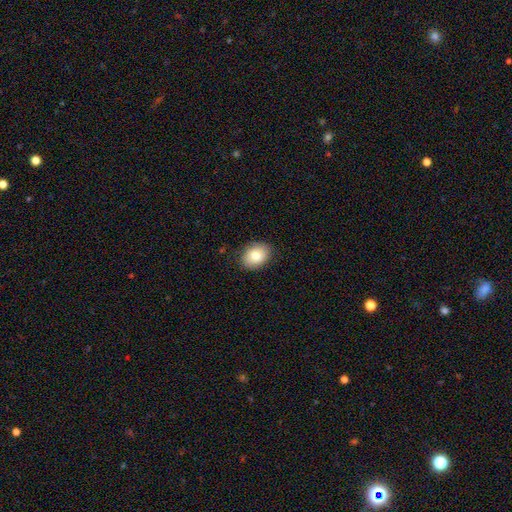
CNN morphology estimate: The model was most divided on "how rounded": in between: 69%, round: 30%, cigar-shaped: 1%. More confident: merging — none (86%); smooth or featured — smooth (80%).